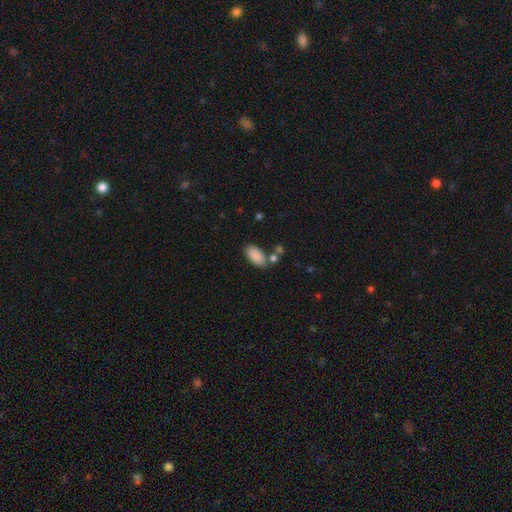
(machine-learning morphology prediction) smooth-or-featured: smooth: 88% | star or artifact: 7% | featured or disk: 4%
  how-rounded: in between: 93% | cigar-shaped: 4% | round: 3%
  merging: none: 73% | minor disturbance: 12% | merger: 12% | major disturbance: 4%